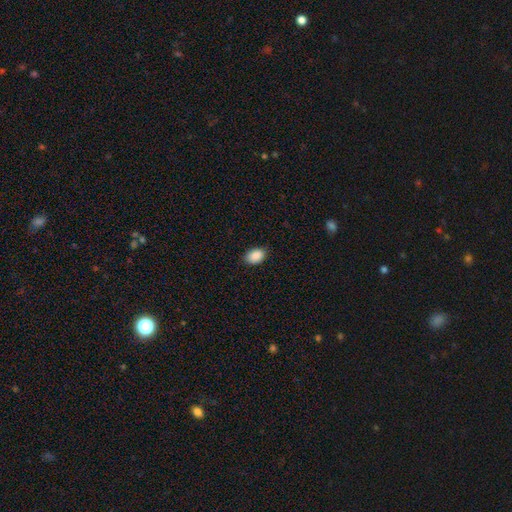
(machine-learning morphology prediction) A smooth galaxy with no disk features (90%) that is in between round and cigar-shaped (85%). Merging: none (86%).